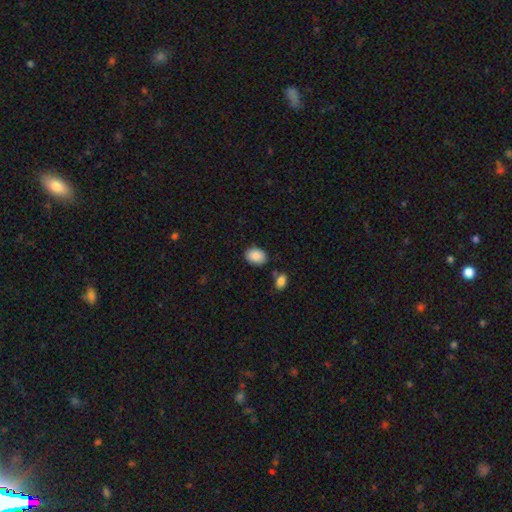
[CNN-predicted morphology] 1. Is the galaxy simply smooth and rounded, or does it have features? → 89% smooth, 7% star or artifact, 4% featured or disk.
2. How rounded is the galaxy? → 78% in between, 21% round, 1% cigar-shaped.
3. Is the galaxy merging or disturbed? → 78% none, 14% minor disturbance, 5% merger, 3% major disturbance.